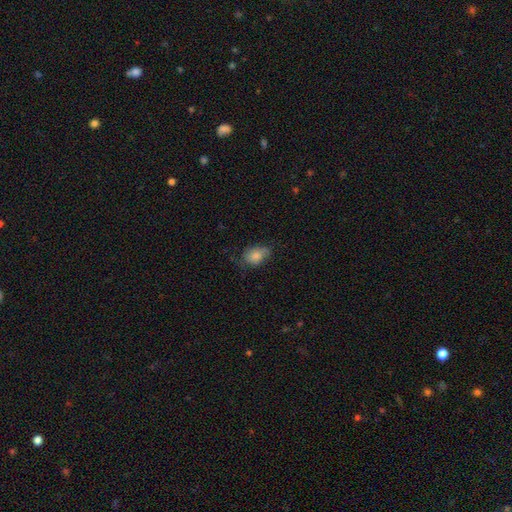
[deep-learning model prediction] The model was most divided on "merging": none: 55%, minor disturbance: 32%, major disturbance: 12%, merger: 1%. More confident: how rounded — in between (81%); smooth or featured — smooth (77%).